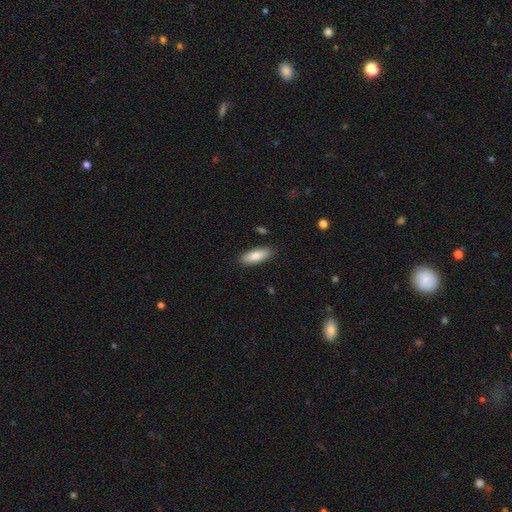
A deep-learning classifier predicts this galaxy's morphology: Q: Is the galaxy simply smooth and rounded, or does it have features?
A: smooth — 83%.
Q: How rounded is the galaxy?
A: in between — 67%.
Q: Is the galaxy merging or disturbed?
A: none — 88%.